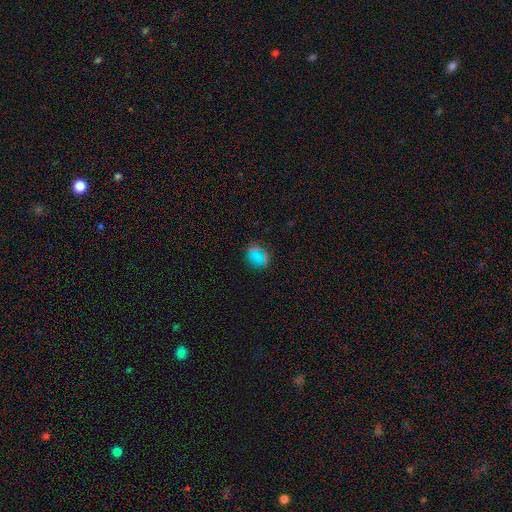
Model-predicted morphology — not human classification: This is likely a smooth galaxy (65%). How rounded: likely round (78%). Merging: clearly none (84%).